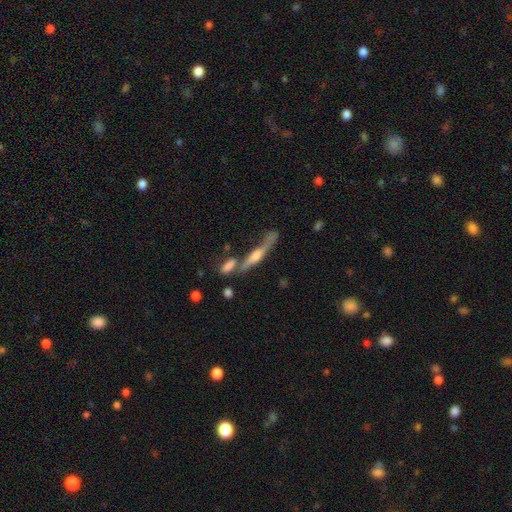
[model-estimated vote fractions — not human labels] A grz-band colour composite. It shows a featured or disk galaxy (73%) viewed edge-on (91%) with a rounded central bulge (73%). Merging: none (52%).